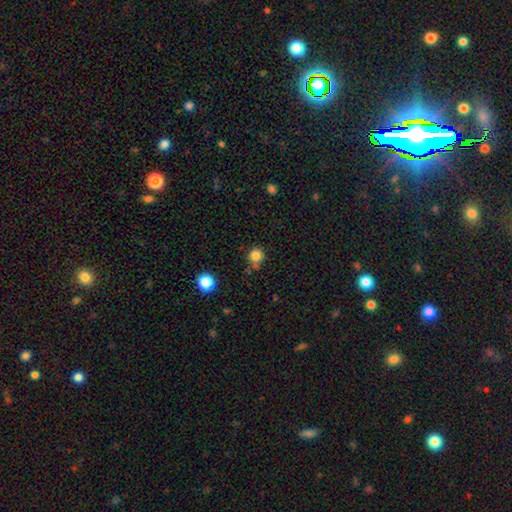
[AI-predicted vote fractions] smooth_or_featured: smooth (p=0.82) [alt: star or artifact p=0.13]
how_rounded: round (p=0.91) [alt: in between p=0.08]
merging: none (p=0.73) [alt: minor disturbance p=0.17]